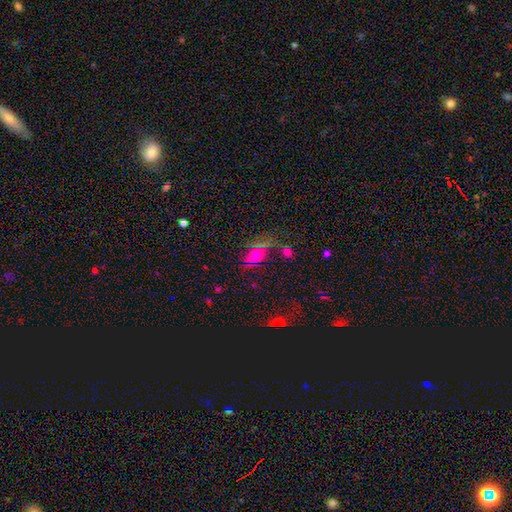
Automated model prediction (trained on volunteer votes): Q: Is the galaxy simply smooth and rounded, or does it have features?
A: smooth — 61%.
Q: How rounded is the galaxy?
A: in between — 72%.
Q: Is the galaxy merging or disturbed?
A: none — 58%.